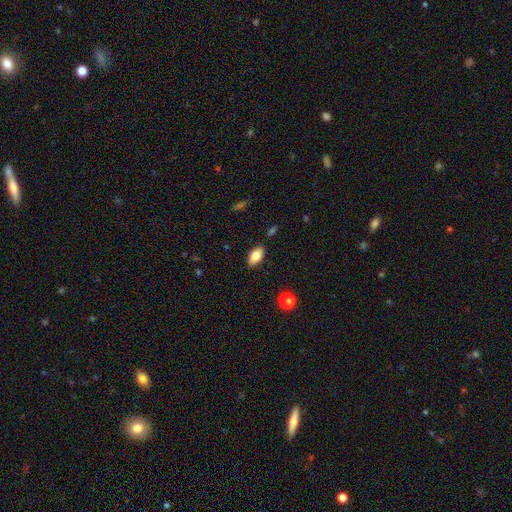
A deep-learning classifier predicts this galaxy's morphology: smooth_or_featured: smooth (p=0.78) [alt: featured or disk p=0.14]
how_rounded: in between (p=0.91) [alt: cigar-shaped p=0.06]
merging: none (p=0.86) [alt: minor disturbance p=0.10]